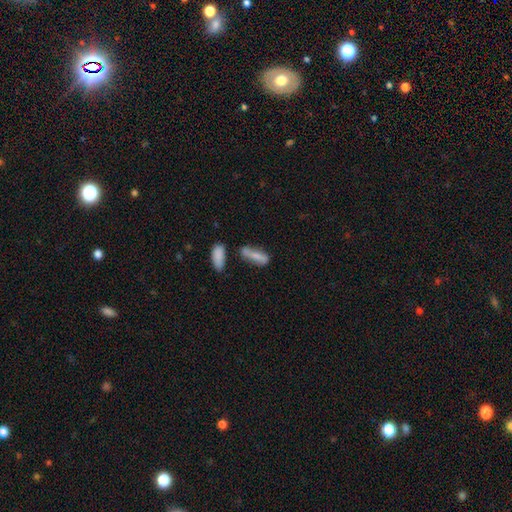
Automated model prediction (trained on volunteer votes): A smooth galaxy with no disk features (64%) that is in between round and cigar-shaped (49%). Merging: none (58%).